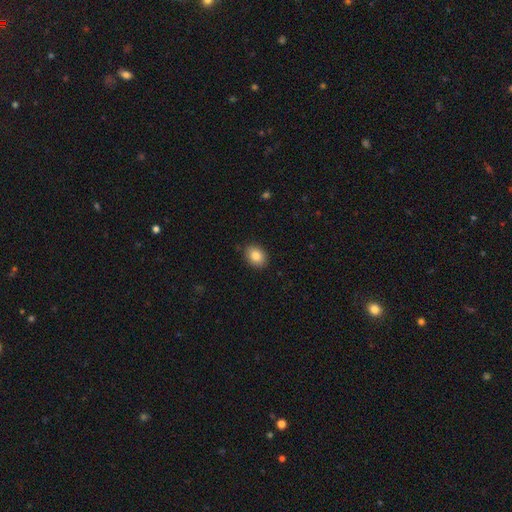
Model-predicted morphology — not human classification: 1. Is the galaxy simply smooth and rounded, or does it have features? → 85% smooth, 8% star or artifact, 6% featured or disk.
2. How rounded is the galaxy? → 68% in between, 31% round, 1% cigar-shaped.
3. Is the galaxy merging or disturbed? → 88% none, 9% minor disturbance, 2% major disturbance, 1% merger.